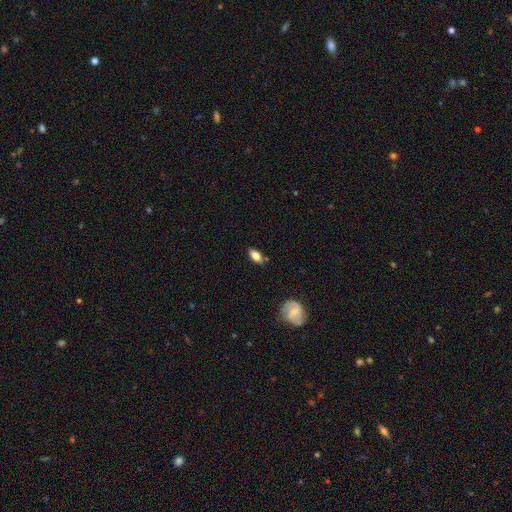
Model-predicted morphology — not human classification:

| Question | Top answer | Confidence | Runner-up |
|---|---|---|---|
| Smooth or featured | smooth | 81% | featured or disk (11%) |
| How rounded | in between | 89% | round (6%) |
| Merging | none | 79% | minor disturbance (15%) |